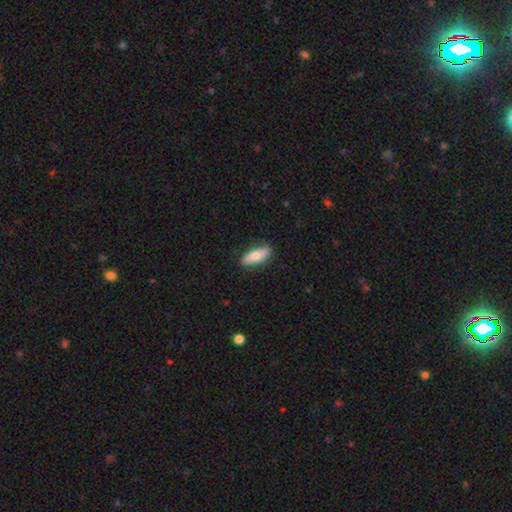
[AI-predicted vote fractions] Smooth or featured: smooth — 66% (featured or disk — 29%)
How rounded: in between — 60% (cigar-shaped — 37%)
Merging: none — 82% (minor disturbance — 14%)